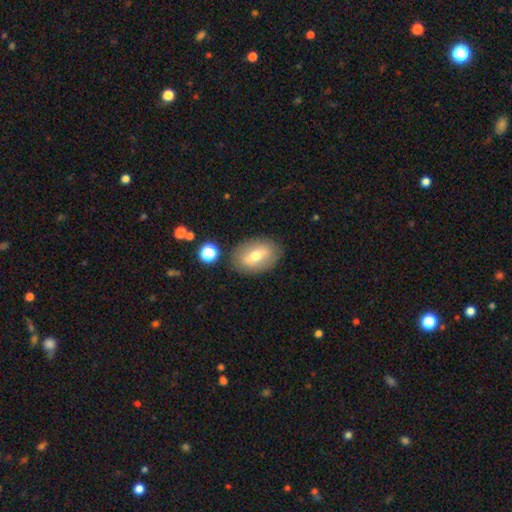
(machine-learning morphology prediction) smooth-or-featured: smooth: 54% | featured or disk: 37% | star or artifact: 8%
  how-rounded: in between: 83% | round: 15% | cigar-shaped: 3%
  merging: none: 82% | minor disturbance: 12% | major disturbance: 4% | merger: 3%